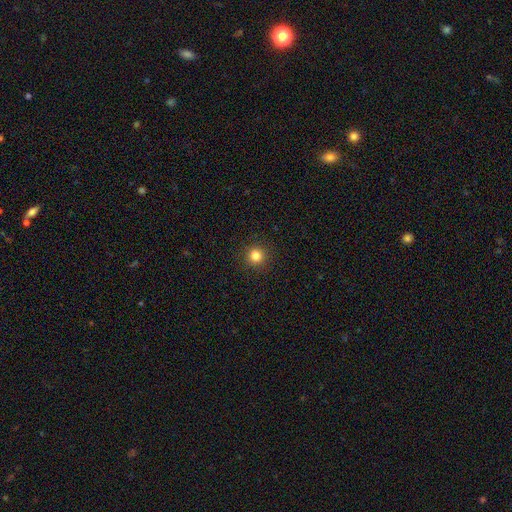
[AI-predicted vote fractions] The model was most divided on "smooth or featured": smooth: 83%, star or artifact: 13%, featured or disk: 4%. More confident: how rounded — round (95%); merging — none (92%).